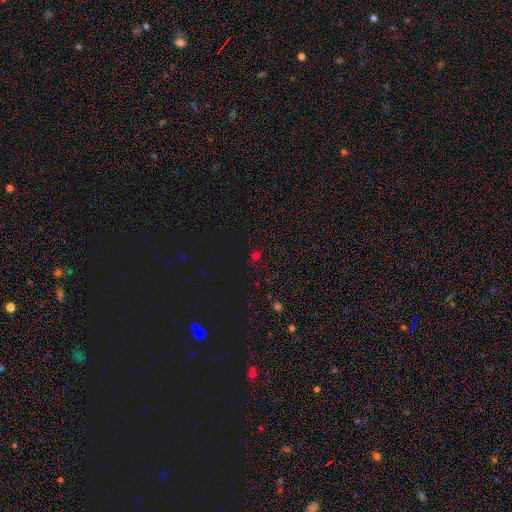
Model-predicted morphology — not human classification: Overall: smooth (54%; star or artifact 41%). How rounded: round (89%). Merging: none (85%).